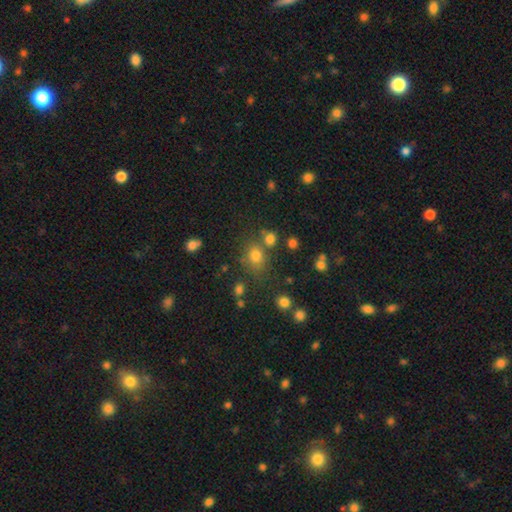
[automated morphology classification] Smooth or featured? Predicted: smooth (p=0.72). How rounded? Predicted: round (p=0.69). Merging? Predicted: none (p=0.67).